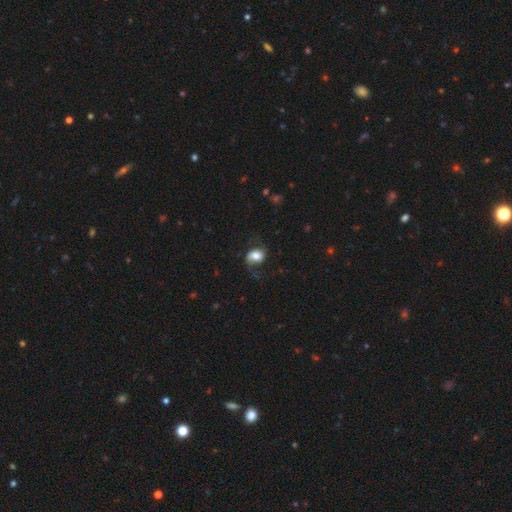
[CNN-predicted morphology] smooth_or_featured: smooth (p=0.51) [alt: featured or disk p=0.40]
how_rounded: in between (p=0.64) [alt: round p=0.35]
merging: none (p=0.55) [alt: minor disturbance p=0.23]